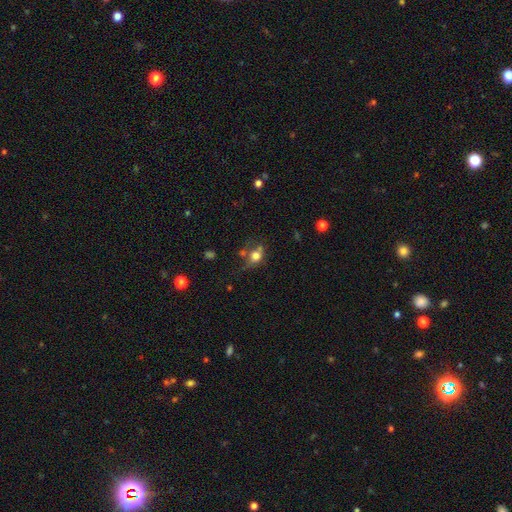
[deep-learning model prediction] This appears to be a smooth galaxy with no disk features (71%) that is round (55%). Merging: none (43%).